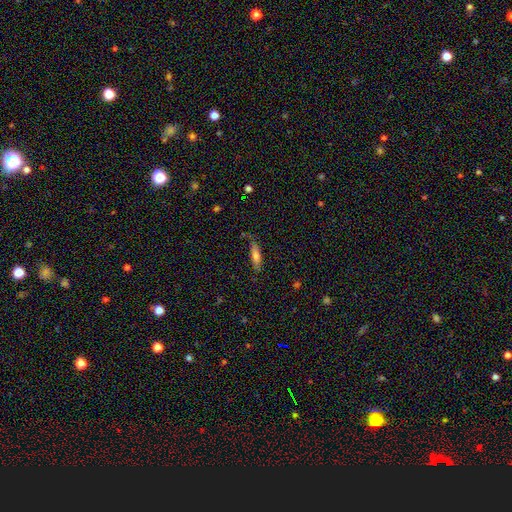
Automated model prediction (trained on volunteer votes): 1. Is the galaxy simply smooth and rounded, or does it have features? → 67% smooth, 25% featured or disk, 8% star or artifact.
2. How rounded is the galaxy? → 67% cigar-shaped, 31% in between, 2% round.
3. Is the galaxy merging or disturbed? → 74% none, 19% minor disturbance, 4% major disturbance, 3% merger.